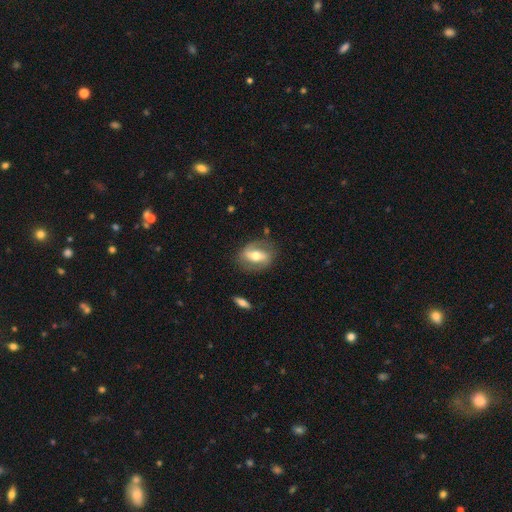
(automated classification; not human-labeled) Q: Smooth or featured?
A: featured or disk (61%); runner-up: smooth (33%)
Q: Edge-on disk?
A: no (88%); runner-up: yes (12%)
Q: Bar?
A: strong (49%); runner-up: weak (29%)
Q: Spiral arms?
A: yes (65%); runner-up: no (35%)
Q: Bulge size?
A: moderate (70%); runner-up: small (17%)
Q: Merging?
A: none (76%); runner-up: minor disturbance (16%)